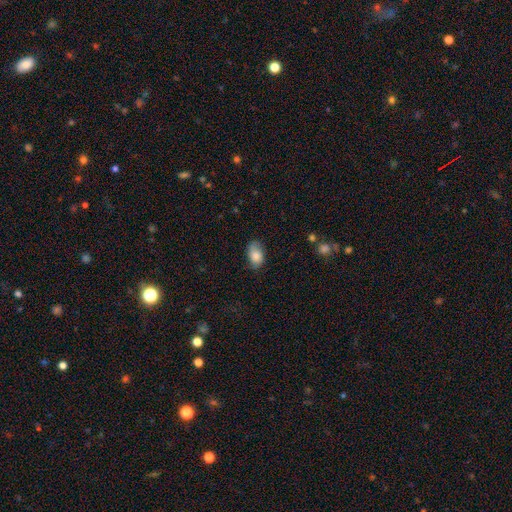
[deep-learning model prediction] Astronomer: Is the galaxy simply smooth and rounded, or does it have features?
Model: smooth — 78%.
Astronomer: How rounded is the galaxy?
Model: in between — 90%.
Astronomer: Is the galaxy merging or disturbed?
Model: none — 69%.